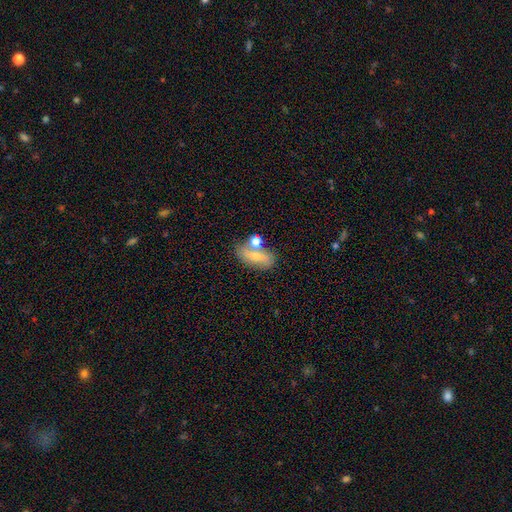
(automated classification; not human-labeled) This appears to be a smooth galaxy with no disk features (51%) that is in between round and cigar-shaped (75%). Merging: none (55%).